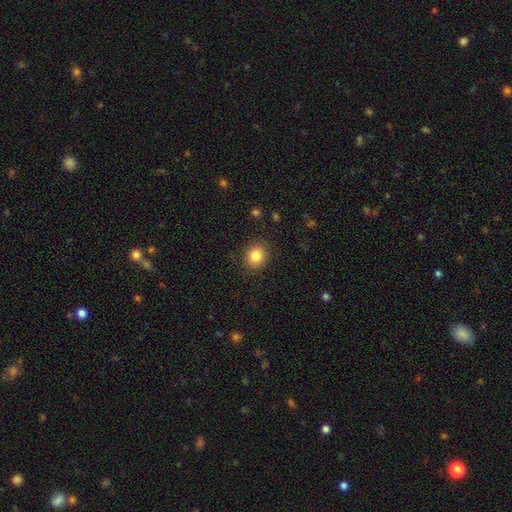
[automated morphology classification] Smooth or featured? smooth (84%)
How rounded? round (68%)
Merging? none (87%)